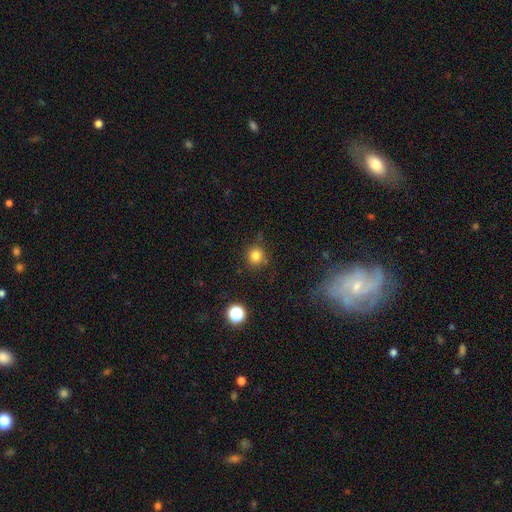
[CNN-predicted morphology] smooth 82%, star or artifact 13%, featured or disk 5%. Down the decision tree: how rounded — round (92%); merging — none (84%).